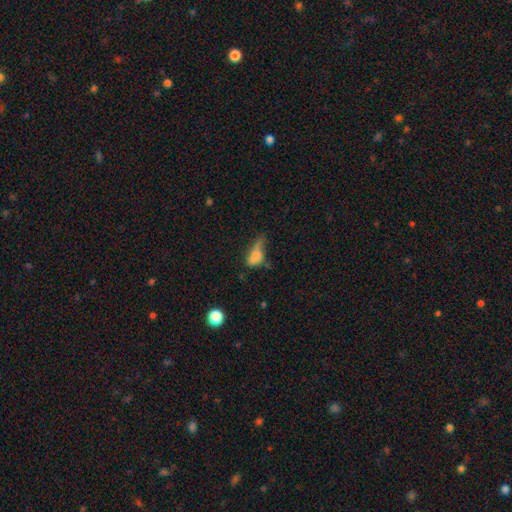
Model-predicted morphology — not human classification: Smooth or featured? smooth (73%)
How rounded? in between (81%)
Merging? major disturbance (37%)